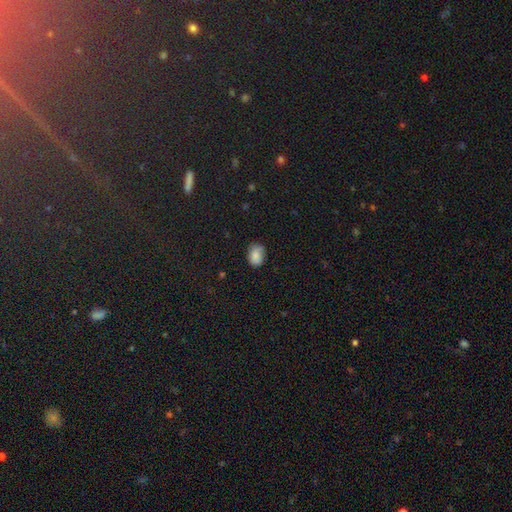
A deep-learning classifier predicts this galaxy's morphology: smooth 84%, star or artifact 9%, featured or disk 7%. Down the decision tree: how rounded — in between (67%); merging — none (70%).